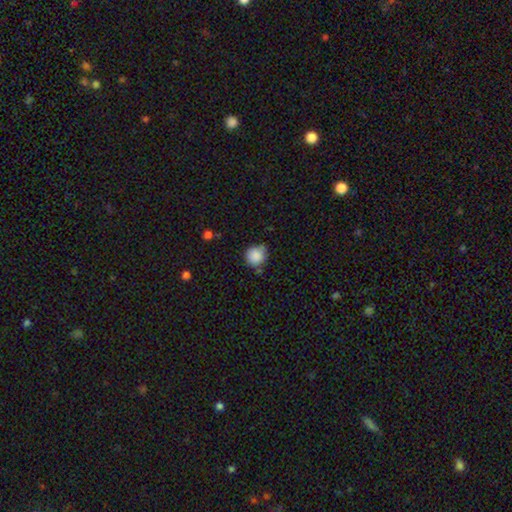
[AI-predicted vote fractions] This is clearly a smooth galaxy (87%). How rounded: clearly round (91%). Merging: likely none (72%).